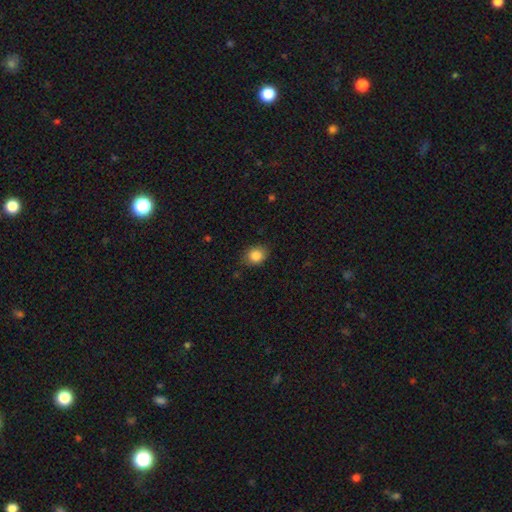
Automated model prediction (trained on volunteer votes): Overall: smooth (85%). How rounded: round (51%; in between 48%). Merging: none (78%).